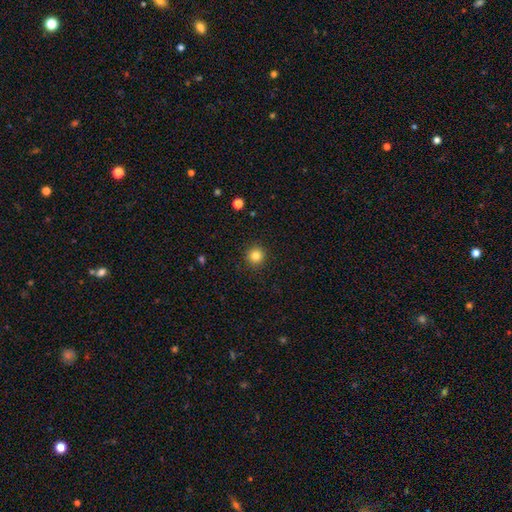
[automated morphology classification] This appears to be a smooth galaxy with no disk features (83%) that is round (94%). Merging: none (92%).